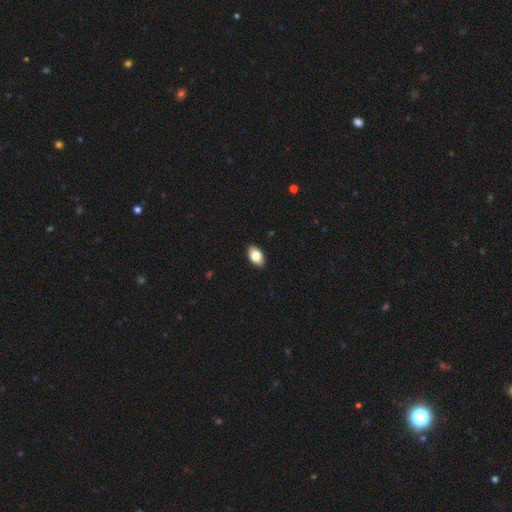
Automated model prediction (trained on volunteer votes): Morphology: type=smooth (81%); roundness=in between (93%); merging=none (90%).